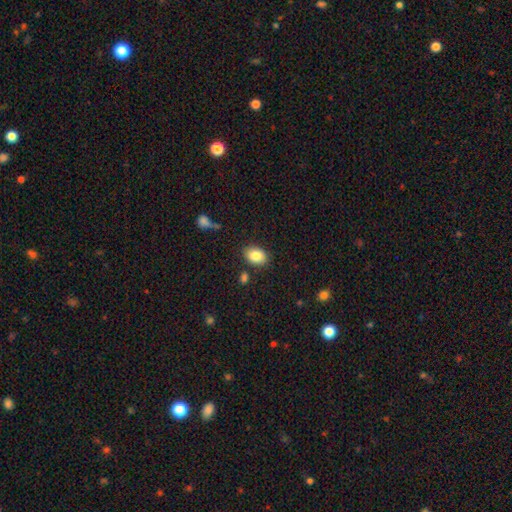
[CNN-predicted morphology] A smooth galaxy with no disk features (85%) that is in between round and cigar-shaped (81%).

Vote fractions:
- Smooth or featured? smooth: 85% / star or artifact: 8% / featured or disk: 7%
- How rounded? in between: 81% / round: 18% / cigar-shaped: 1%
- Merging? none: 83% / minor disturbance: 11% / merger: 3% / major disturbance: 3%